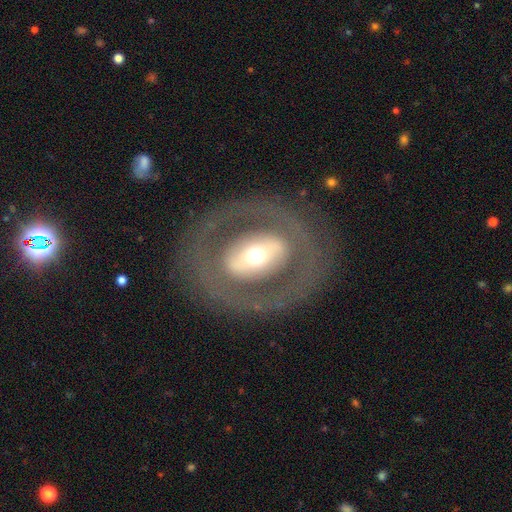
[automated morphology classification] Smooth or featured?
  - featured or disk: 64% *
  - smooth: 29%
  - star or artifact: 7%
Edge-on disk?
  - no: 91% *
  - yes: 9%
Bar?
  - no: 46% *
  - strong: 33%
  - weak: 22%
Spiral arms?
  - no: 83% *
  - yes: 17%
Bulge size?
  - moderate: 59% *
  - large: 21%
  - small: 16%
  - dominant: 4%
  - none: 1%
Merging?
  - none: 78% *
  - major disturbance: 12%
  - minor disturbance: 10%
  - merger: 1%